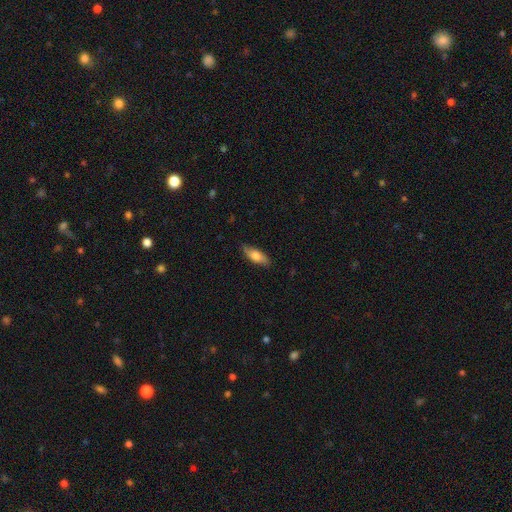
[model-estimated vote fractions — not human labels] A smooth galaxy with no disk features (71%) that is in between round and cigar-shaped (67%). Merging: none (81%).